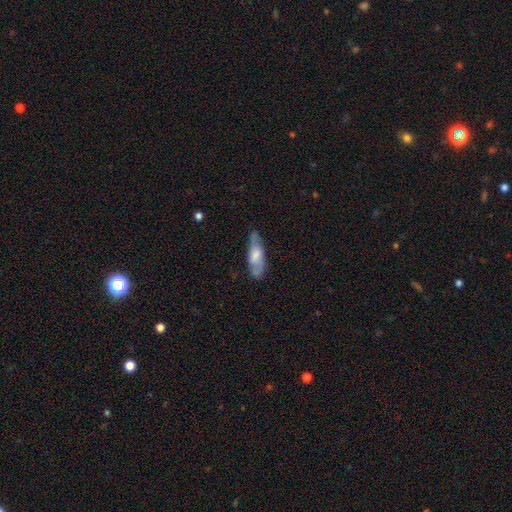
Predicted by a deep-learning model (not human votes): Morphology: type=smooth (58%); roundness=in between (52%); merging=none (70%).